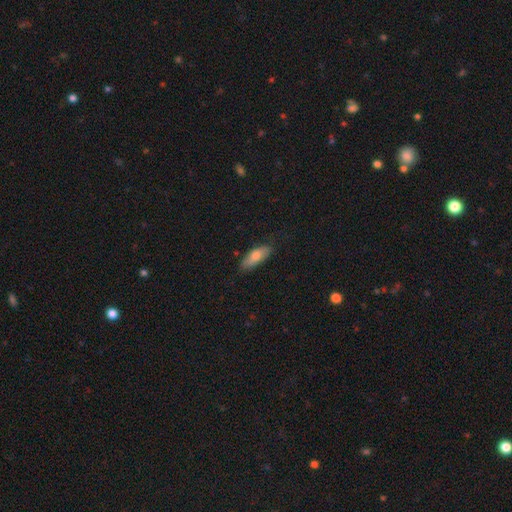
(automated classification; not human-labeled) smooth-or-featured: smooth: 73% | featured or disk: 21% | star or artifact: 6%
  how-rounded: in between: 70% | cigar-shaped: 28% | round: 2%
  merging: none: 75% | minor disturbance: 20% | major disturbance: 4% | merger: 1%